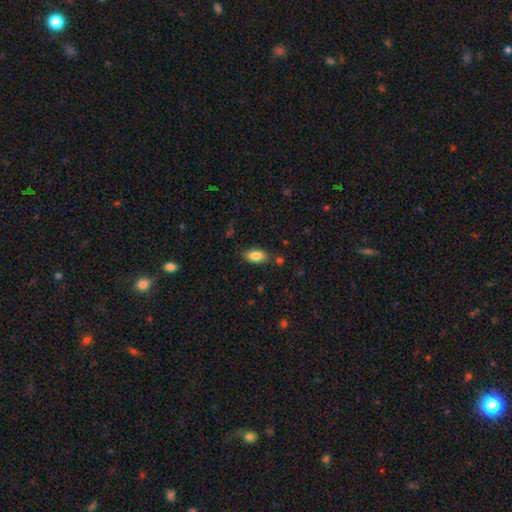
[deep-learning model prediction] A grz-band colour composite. It shows a smooth galaxy with no disk features (84%) that is in between round and cigar-shaped (90%). Merging: none (77%).